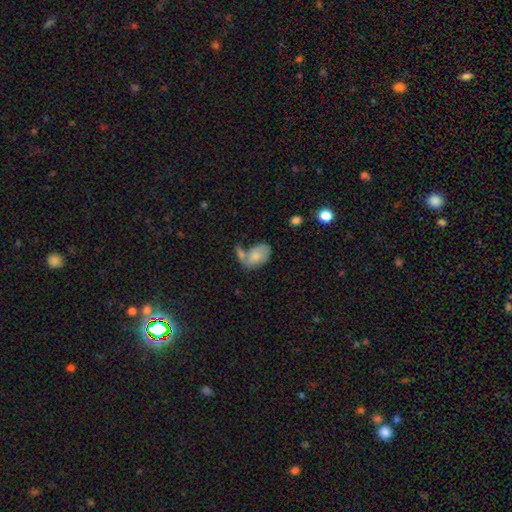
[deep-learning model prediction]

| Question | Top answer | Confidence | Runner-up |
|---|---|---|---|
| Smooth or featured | smooth | 71% | featured or disk (21%) |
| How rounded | in between | 88% | round (10%) |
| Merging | merger | 36% | none (32%) |